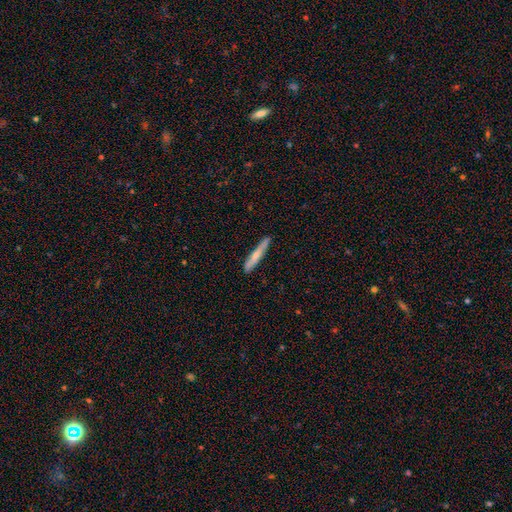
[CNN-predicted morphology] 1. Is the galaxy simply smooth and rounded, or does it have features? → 62% smooth, 32% featured or disk, 5% star or artifact.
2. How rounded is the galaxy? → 94% cigar-shaped, 5% in between, 1% round.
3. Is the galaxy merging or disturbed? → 88% none, 9% minor disturbance, 2% major disturbance, 1% merger.